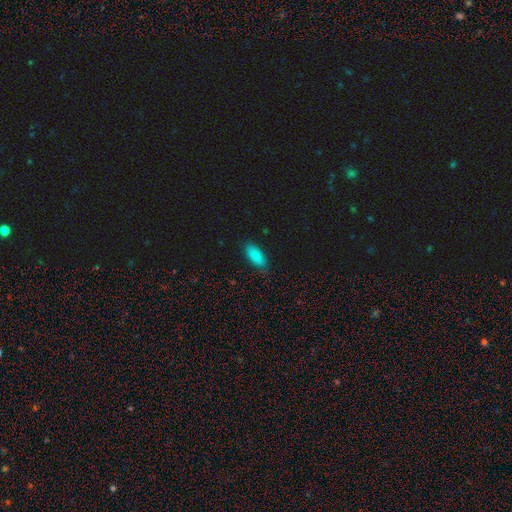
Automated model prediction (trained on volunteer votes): Smooth or featured?
  - smooth: 87% *
  - star or artifact: 8%
  - featured or disk: 5%
How rounded?
  - in between: 86% *
  - cigar-shaped: 12%
  - round: 2%
Merging?
  - none: 83% *
  - minor disturbance: 13%
  - major disturbance: 3%
  - merger: 1%